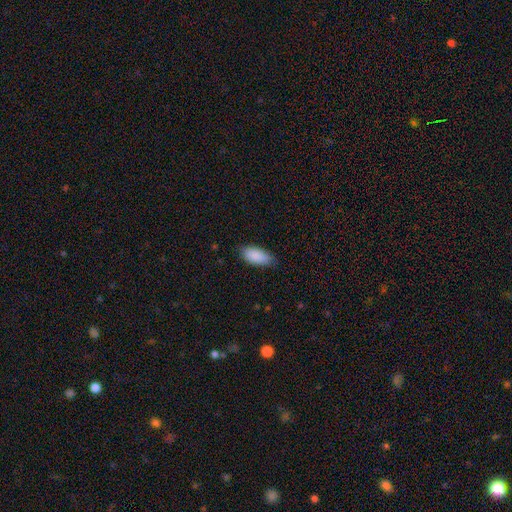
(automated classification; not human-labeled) A smooth galaxy with no disk features (89%) that is in between round and cigar-shaped (88%). Merging: none (78%).